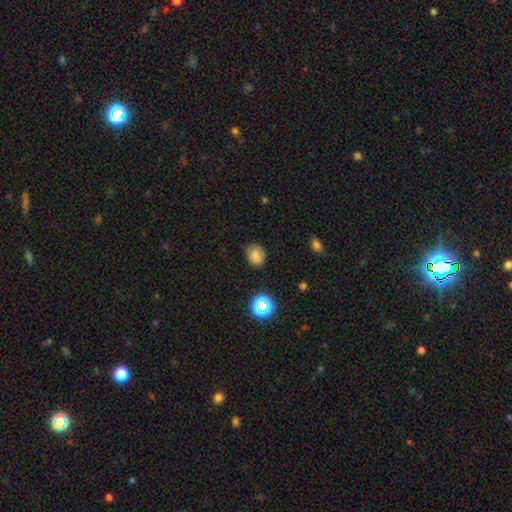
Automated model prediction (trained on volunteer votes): smooth 75%, star or artifact 15%, featured or disk 10%. Down the decision tree: how rounded — round (59%); merging — none (74%).